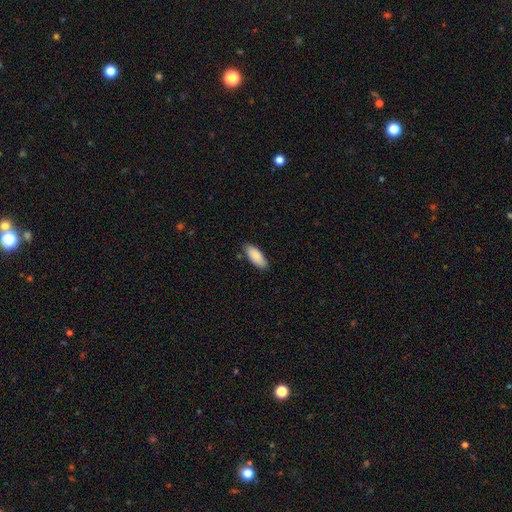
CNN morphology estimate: This appears to be a smooth galaxy with no disk features (87%) that is in between round and cigar-shaped (82%). Merging: none (83%).